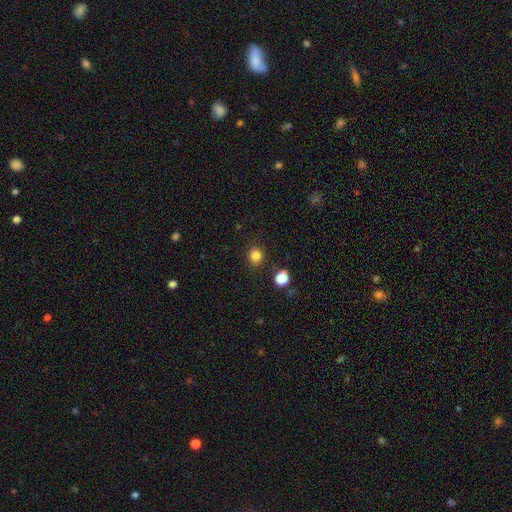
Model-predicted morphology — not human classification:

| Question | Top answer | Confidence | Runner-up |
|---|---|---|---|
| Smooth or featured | smooth | 83% | star or artifact (12%) |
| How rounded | round | 80% | in between (19%) |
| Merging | none | 87% | minor disturbance (7%) |